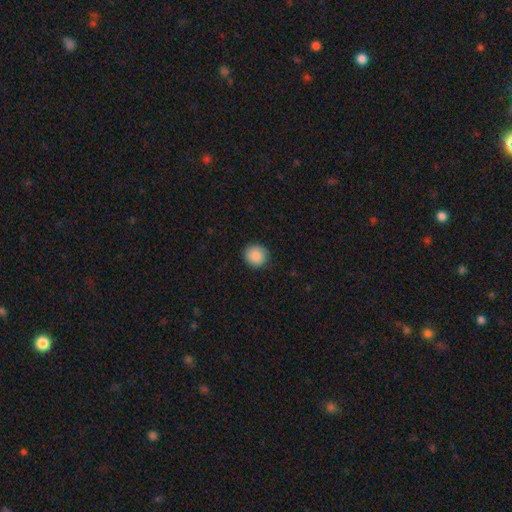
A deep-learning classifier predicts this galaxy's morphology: Smooth or featured? Predicted: smooth (p=0.88). How rounded? Predicted: round (p=0.90). Merging? Predicted: none (p=0.87).